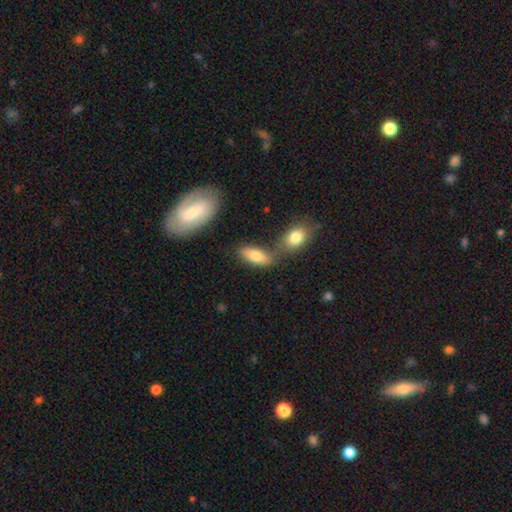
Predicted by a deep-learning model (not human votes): A smooth galaxy with no disk features (77%) that is in between round and cigar-shaped (84%). Merging: none (49%).